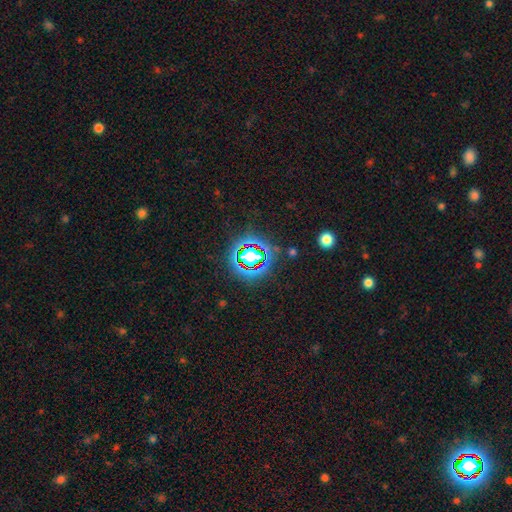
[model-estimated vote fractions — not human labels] Q: Smooth or featured?
A: star or artifact (76%); runner-up: smooth (15%)